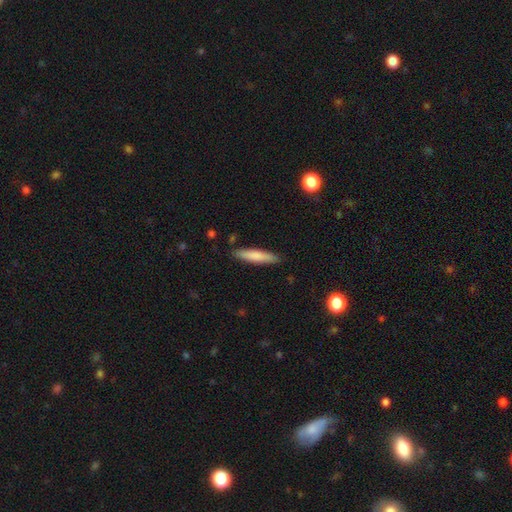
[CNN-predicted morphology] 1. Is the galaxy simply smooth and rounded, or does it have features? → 77% smooth, 18% featured or disk, 5% star or artifact.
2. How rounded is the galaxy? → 86% cigar-shaped, 13% in between, 1% round.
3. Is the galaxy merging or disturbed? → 87% none, 9% minor disturbance, 2% major disturbance, 1% merger.